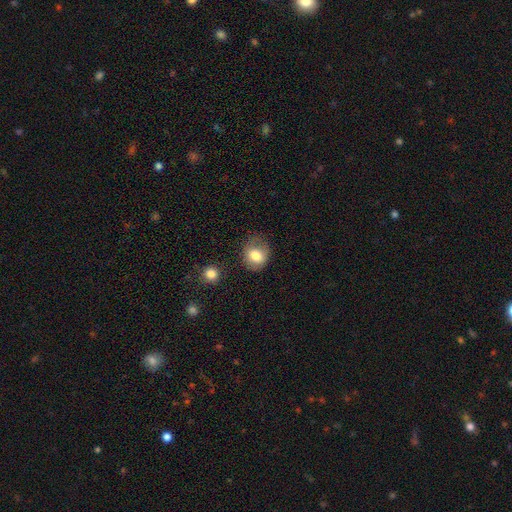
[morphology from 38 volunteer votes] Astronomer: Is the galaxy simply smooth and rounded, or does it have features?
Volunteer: smooth — 87%.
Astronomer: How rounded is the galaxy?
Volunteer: round — 48%, tied with in between at 48%.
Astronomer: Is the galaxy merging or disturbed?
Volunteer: none — 59%.